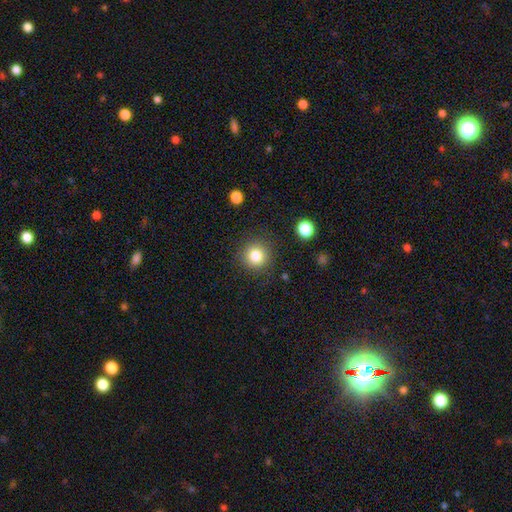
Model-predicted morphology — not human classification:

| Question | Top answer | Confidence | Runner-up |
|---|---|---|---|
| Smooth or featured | smooth | 81% | star or artifact (12%) |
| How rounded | round | 93% | in between (6%) |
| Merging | none | 88% | minor disturbance (7%) |